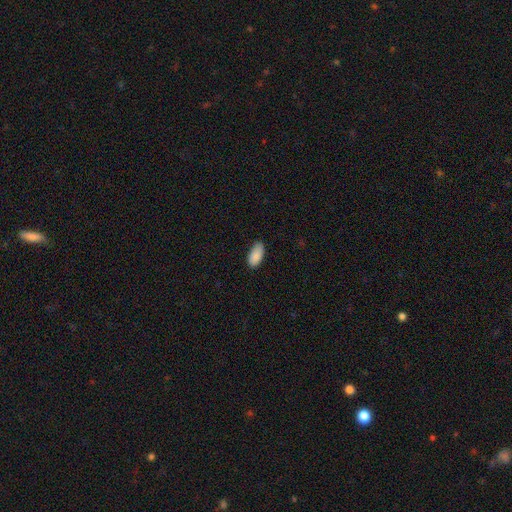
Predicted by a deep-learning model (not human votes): smooth-or-featured: smooth: 89% | star or artifact: 6% | featured or disk: 5%
  how-rounded: in between: 93% | cigar-shaped: 5% | round: 2%
  merging: none: 77% | minor disturbance: 19% | major disturbance: 3% | merger: 1%